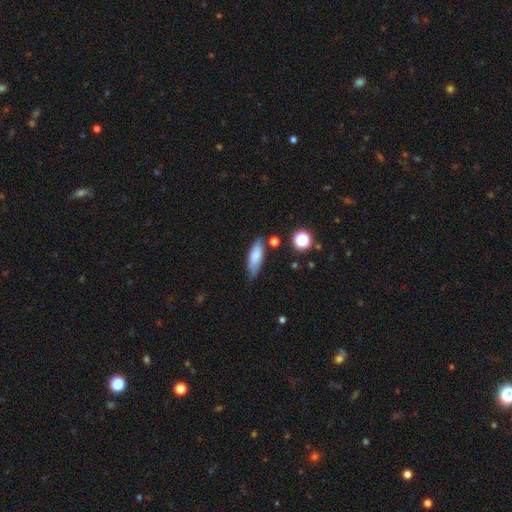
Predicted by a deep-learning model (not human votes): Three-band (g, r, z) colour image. It shows a smooth galaxy with no disk features (76%) that is in between round and cigar-shaped (59%). Merging: none (70%).